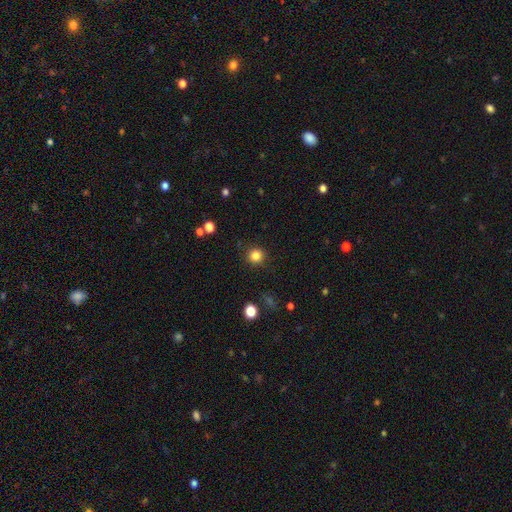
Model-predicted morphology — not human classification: This appears to be a smooth galaxy with no disk features (83%) that is round (91%). Merging: none (88%).